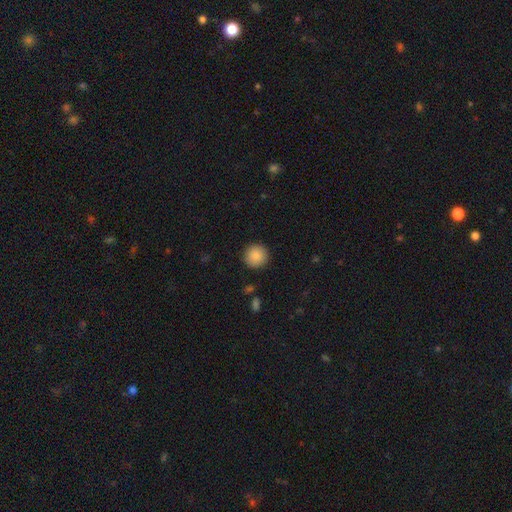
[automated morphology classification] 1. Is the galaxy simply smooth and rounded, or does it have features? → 88% smooth, 8% star or artifact, 4% featured or disk.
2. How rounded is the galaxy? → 95% round, 4% in between, 1% cigar-shaped.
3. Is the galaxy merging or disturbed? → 91% none, 6% minor disturbance, 2% major disturbance, 1% merger.